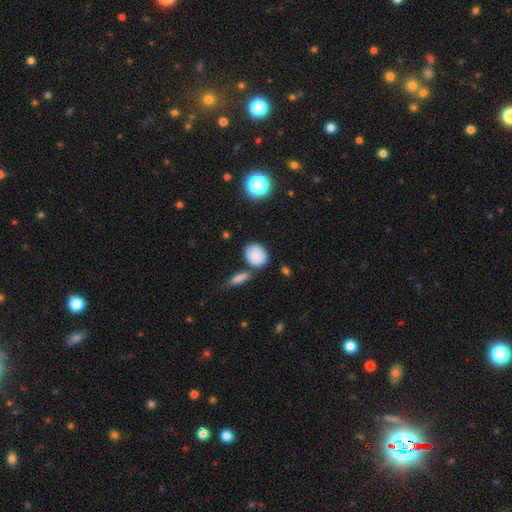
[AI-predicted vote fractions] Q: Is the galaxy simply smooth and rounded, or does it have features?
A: smooth — 83%.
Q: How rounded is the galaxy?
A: in between — 52%.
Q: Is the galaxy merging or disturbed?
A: none — 63%.